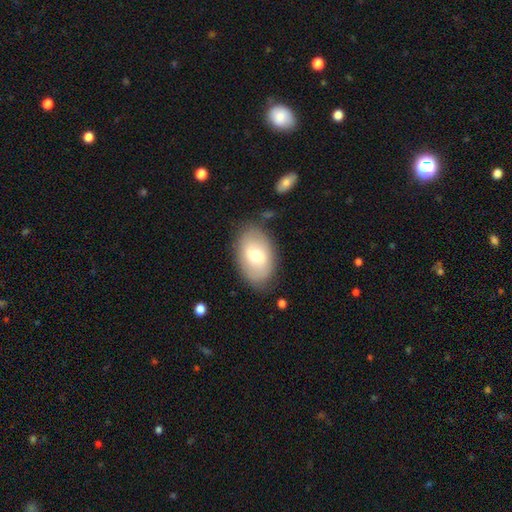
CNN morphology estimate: type=smooth (64%); roundness=in between (89%); merging=none (78%).